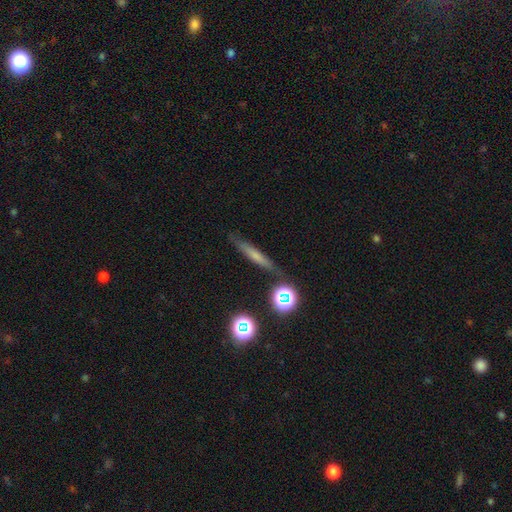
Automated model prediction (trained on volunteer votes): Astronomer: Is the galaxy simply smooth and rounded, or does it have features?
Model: smooth — 57%.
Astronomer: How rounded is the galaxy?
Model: cigar-shaped — 87%.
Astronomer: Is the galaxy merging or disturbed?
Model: none — 82%.